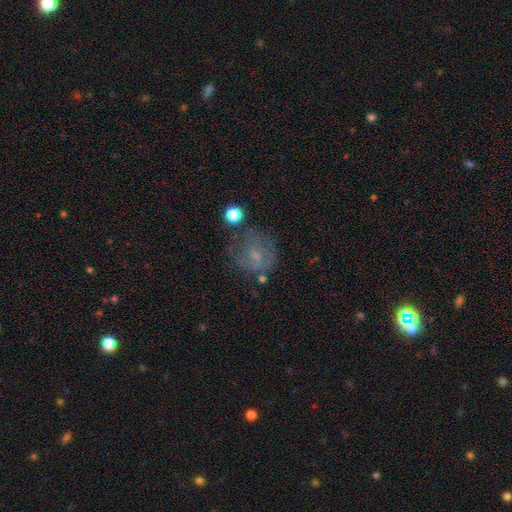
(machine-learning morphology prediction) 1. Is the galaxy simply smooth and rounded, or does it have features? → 44% featured or disk, 43% smooth, 14% star or artifact.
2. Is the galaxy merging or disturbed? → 51% none, 23% minor disturbance, 21% major disturbance, 5% merger.